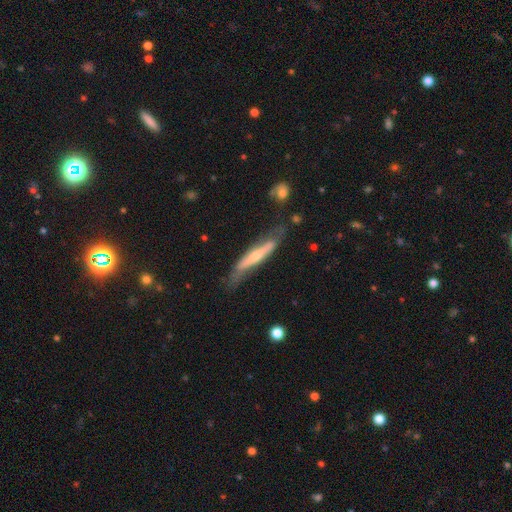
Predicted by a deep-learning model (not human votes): smooth_or_featured: featured or disk (p=0.62) [alt: smooth p=0.33]
disk_edge_on: yes (p=0.77) [alt: no p=0.23]
merging: none (p=0.61) [alt: minor disturbance p=0.25]